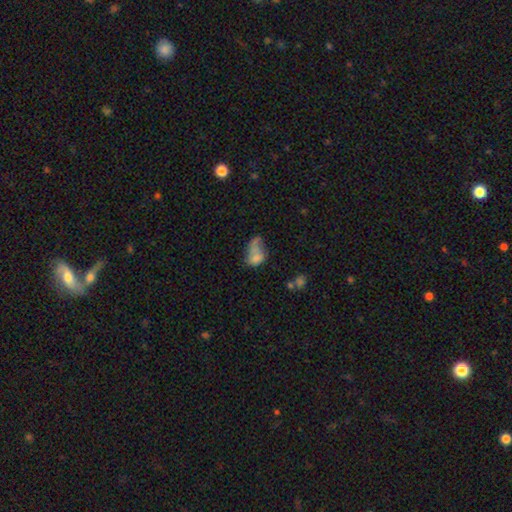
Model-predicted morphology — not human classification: The model was most divided on "merging": major disturbance: 33%, merger: 29%, none: 19%, minor disturbance: 19%. More confident: how rounded — in between (83%); smooth or featured — smooth (64%).